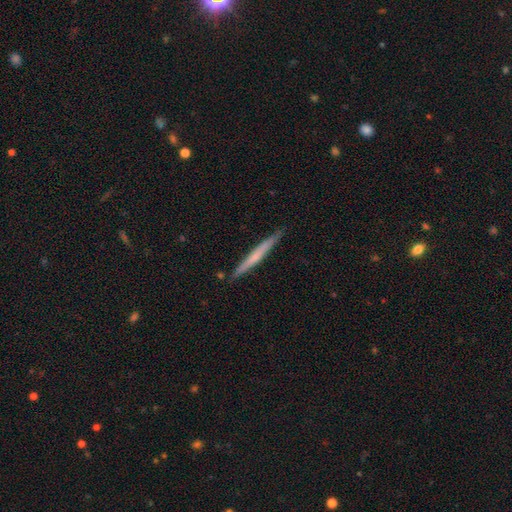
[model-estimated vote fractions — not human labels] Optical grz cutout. It shows a smooth galaxy with no disk features (49%). Merging: none (90%).